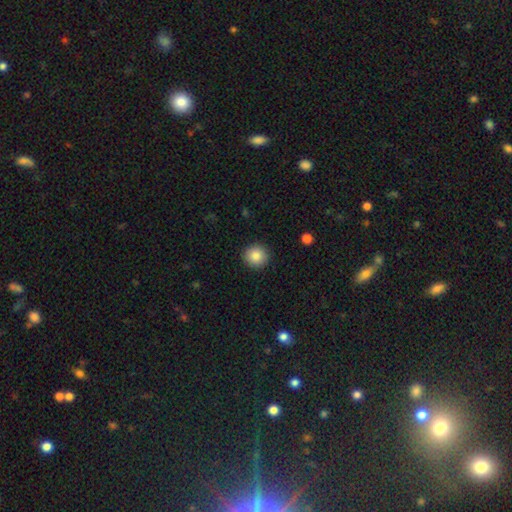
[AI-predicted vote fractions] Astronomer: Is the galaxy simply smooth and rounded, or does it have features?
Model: smooth — 85%.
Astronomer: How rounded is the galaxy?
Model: round — 92%.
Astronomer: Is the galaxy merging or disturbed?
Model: none — 92%.